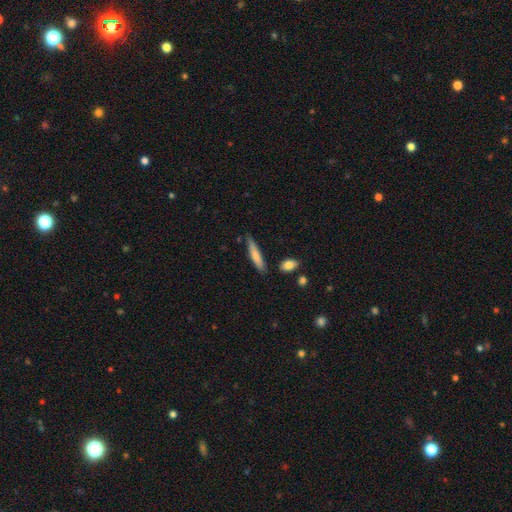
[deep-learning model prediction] Overall: smooth (72%). How rounded: cigar-shaped (87%). Merging: none (76%).